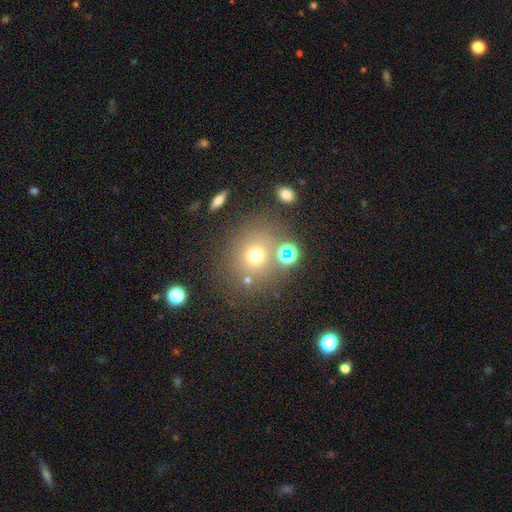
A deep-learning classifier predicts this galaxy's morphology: The model was most divided on "smooth or featured": smooth: 67%, star or artifact: 21%, featured or disk: 12%. More confident: how rounded — round (79%); merging — none (74%).